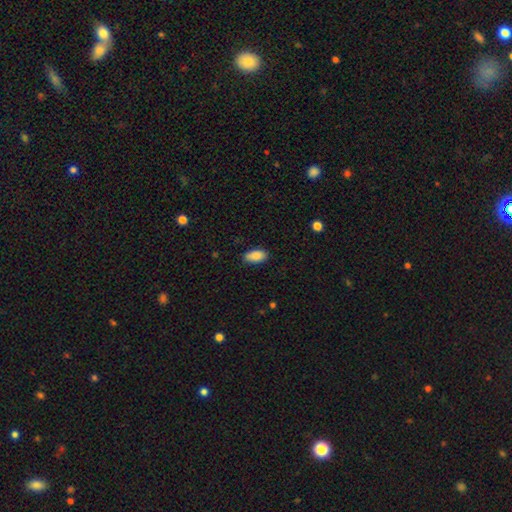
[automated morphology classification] This appears to be a smooth galaxy with no disk features (89%) that is in between round and cigar-shaped (93%). Merging: none (86%).